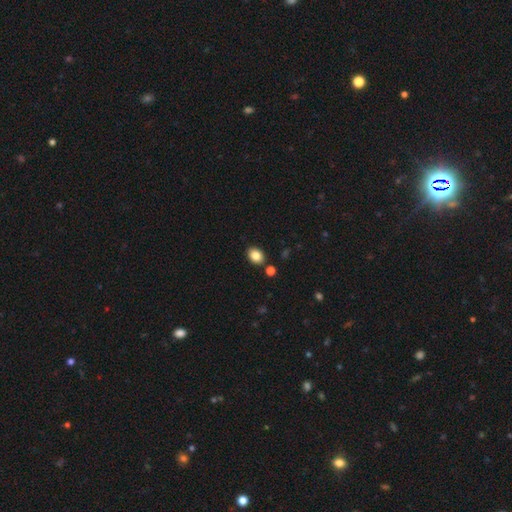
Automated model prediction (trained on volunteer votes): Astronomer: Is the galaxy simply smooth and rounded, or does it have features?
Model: smooth — 85%.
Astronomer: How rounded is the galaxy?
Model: in between — 64%.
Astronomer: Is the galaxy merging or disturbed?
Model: none — 85%.